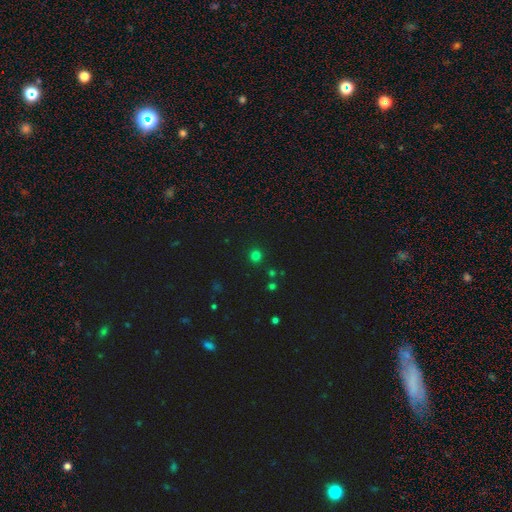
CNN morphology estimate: smooth_or_featured: smooth (p=0.75) [alt: star or artifact p=0.20]
how_rounded: round (p=0.93) [alt: in between p=0.06]
merging: none (p=0.89) [alt: minor disturbance p=0.06]